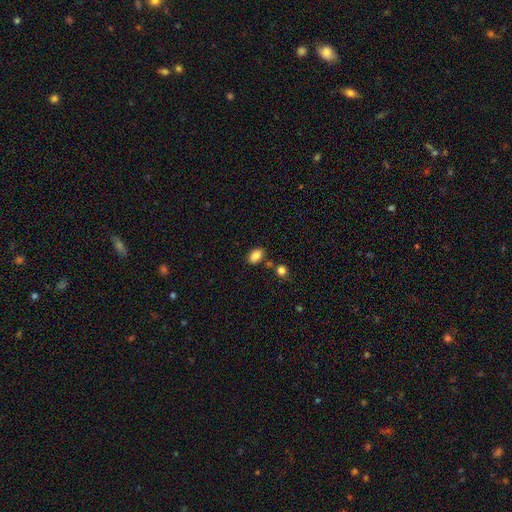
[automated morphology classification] The model was most divided on "merging": none: 79%, minor disturbance: 12%, merger: 6%, major disturbance: 3%. More confident: how rounded — in between (88%); smooth or featured — smooth (85%).